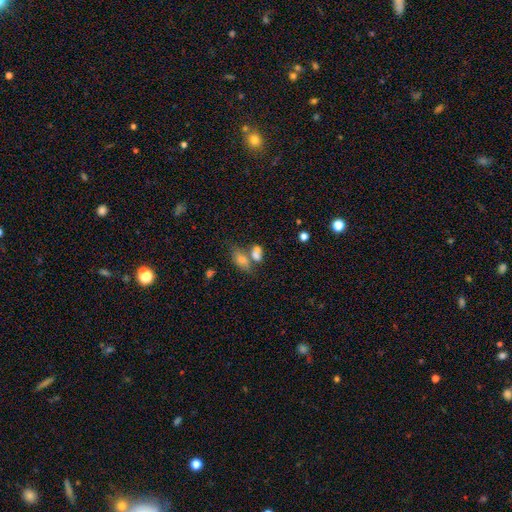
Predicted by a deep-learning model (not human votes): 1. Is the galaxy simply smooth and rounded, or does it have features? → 73% smooth, 16% featured or disk, 12% star or artifact.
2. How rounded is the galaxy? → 83% in between, 13% round, 4% cigar-shaped.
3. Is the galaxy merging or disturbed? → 53% merger, 28% none, 12% minor disturbance, 8% major disturbance.